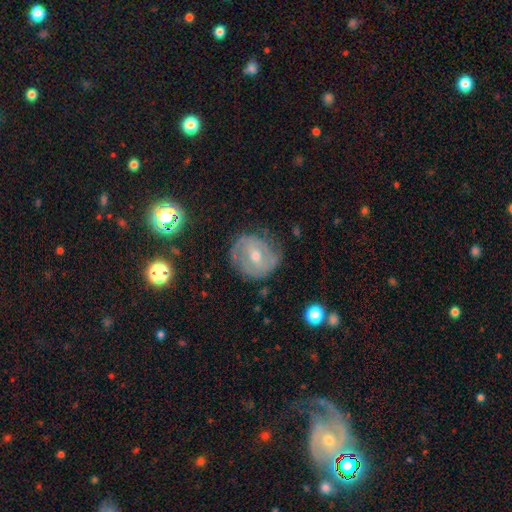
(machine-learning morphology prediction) The model was most divided on "spiral arm count": 2: 49%, can't tell: 34%, 3: 8%, 1: 5%, 4: 2%, more than 4: 2%. Remaining: edge-on disk — no (96%); spiral arms — yes (76%); merging — none (72%); smooth or featured — featured or disk (71%); bulge size — moderate (61%); spiral winding — tight (59%); bar — weak (48%).